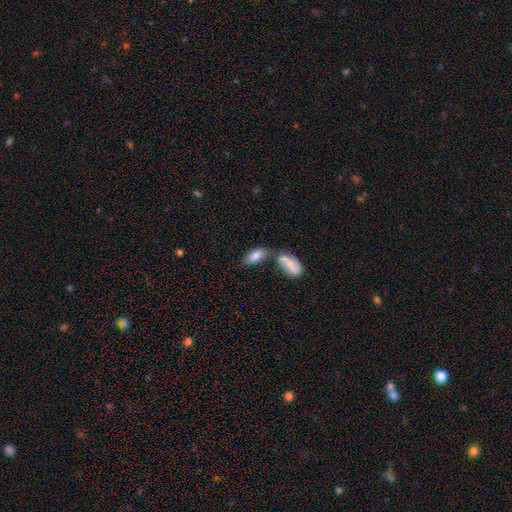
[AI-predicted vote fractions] Smooth or featured: smooth — 78% (featured or disk — 15%)
How rounded: in between — 88% (cigar-shaped — 9%)
Merging: merger — 45% (none — 39%)